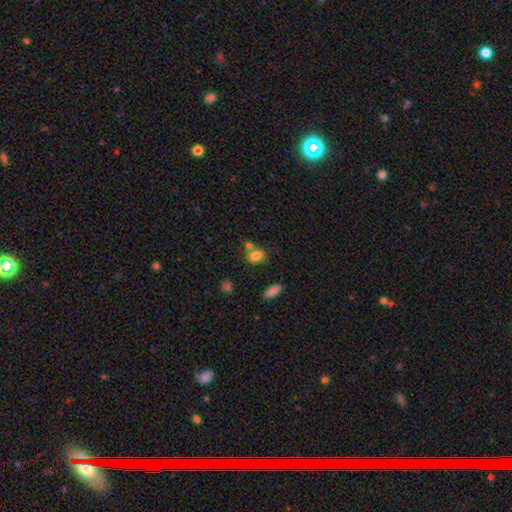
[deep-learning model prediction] Q: Smooth or featured?
A: smooth (80%); runner-up: star or artifact (11%)
Q: How rounded?
A: in between (56%); runner-up: round (42%)
Q: Merging?
A: none (53%); runner-up: merger (29%)